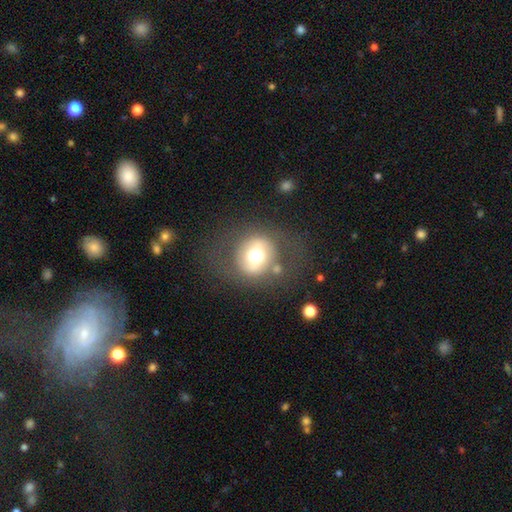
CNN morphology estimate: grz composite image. It shows a smooth galaxy with no disk features (54%) that is round (84%). Merging: none (71%).